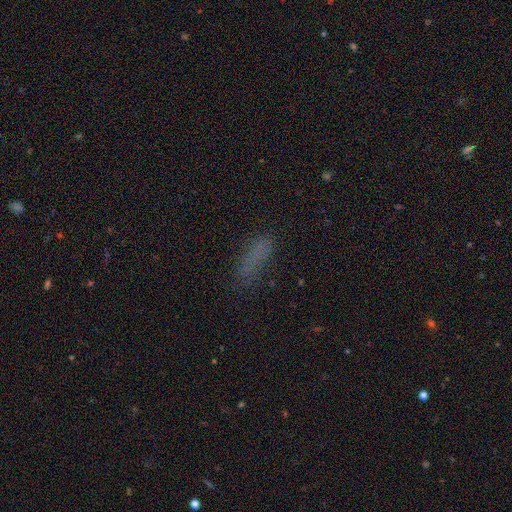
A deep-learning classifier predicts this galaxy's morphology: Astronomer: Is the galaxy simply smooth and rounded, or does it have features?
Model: smooth — 68%.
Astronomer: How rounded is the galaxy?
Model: cigar-shaped — 54% (runner-up: in between, 43%).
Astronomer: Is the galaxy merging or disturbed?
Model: none — 70%.